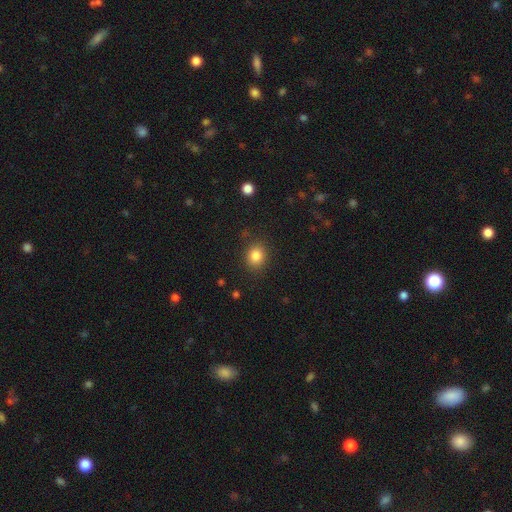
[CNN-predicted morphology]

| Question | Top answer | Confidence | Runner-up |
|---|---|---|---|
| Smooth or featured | smooth | 83% | star or artifact (11%) |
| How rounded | round | 68% | in between (32%) |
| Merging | none | 86% | minor disturbance (10%) |